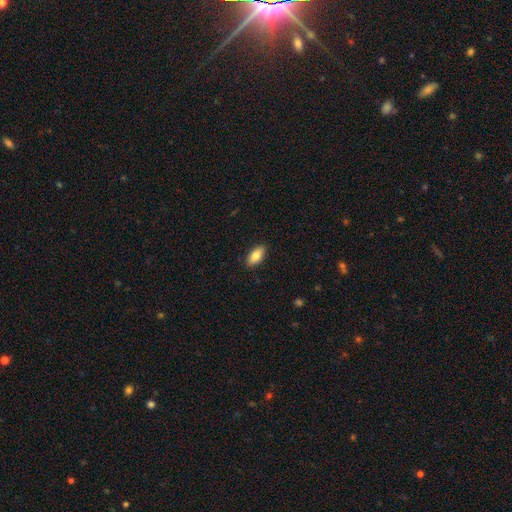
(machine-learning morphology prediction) The model was most divided on "smooth or featured": smooth: 82%, featured or disk: 12%, star or artifact: 6%. More confident: merging — none (89%); how rounded — in between (88%).